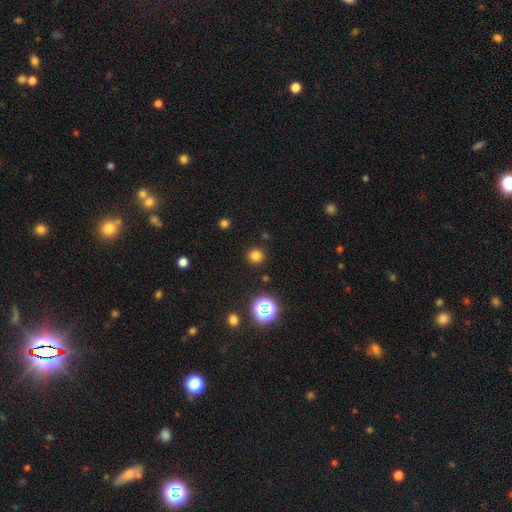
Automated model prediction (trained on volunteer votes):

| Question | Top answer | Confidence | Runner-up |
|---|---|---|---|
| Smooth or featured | smooth | 77% | star or artifact (18%) |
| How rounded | round | 91% | in between (8%) |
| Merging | none | 90% | minor disturbance (6%) |